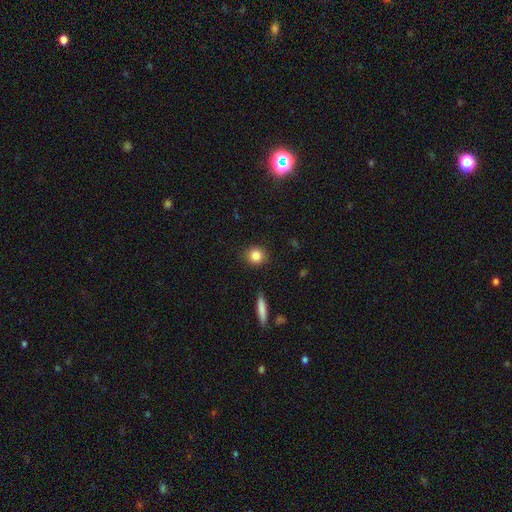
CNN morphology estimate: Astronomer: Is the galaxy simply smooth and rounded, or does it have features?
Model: smooth — 84%.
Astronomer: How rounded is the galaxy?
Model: round — 85%.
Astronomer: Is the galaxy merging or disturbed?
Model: none — 89%.